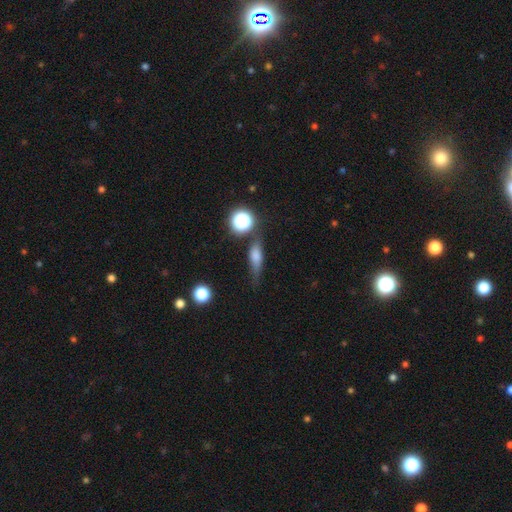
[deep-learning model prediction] Q: Smooth or featured?
A: smooth (54%); runner-up: featured or disk (32%)
Q: How rounded?
A: cigar-shaped (50%); runner-up: in between (36%)
Q: Merging?
A: none (63%); runner-up: minor disturbance (23%)